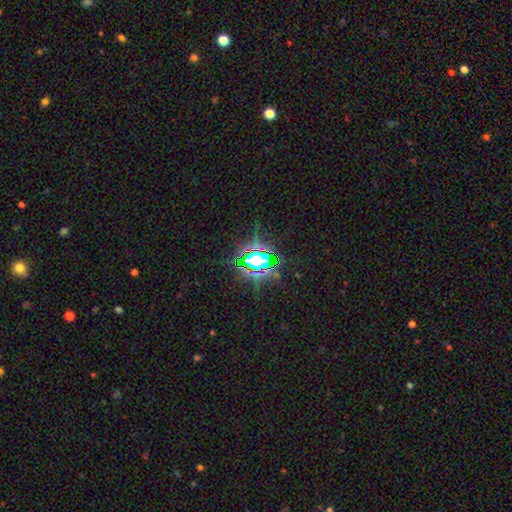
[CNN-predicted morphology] Q: Smooth or featured?
A: star or artifact (75%); runner-up: smooth (13%)